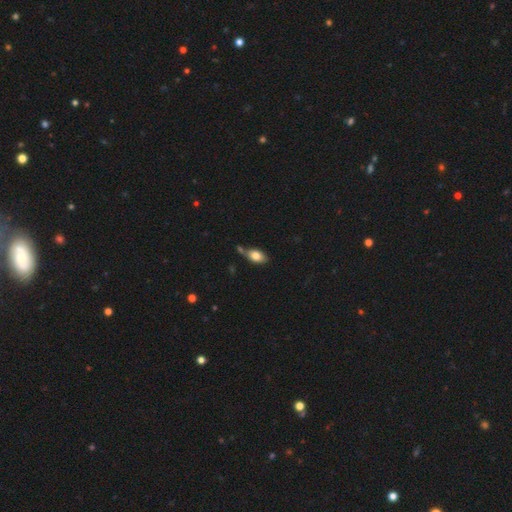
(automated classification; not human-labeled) This is likely a smooth galaxy (79%). How rounded: clearly in between (89%). Merging: possibly none (59%).